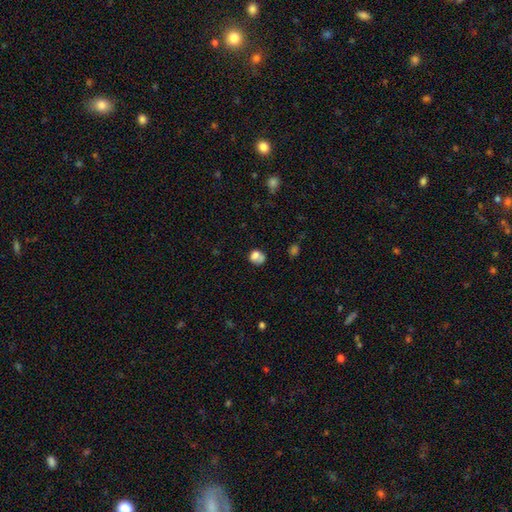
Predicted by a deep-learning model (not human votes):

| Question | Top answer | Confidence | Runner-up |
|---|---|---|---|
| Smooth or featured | smooth | 74% | featured or disk (15%) |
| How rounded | round | 59% | in between (40%) |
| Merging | none | 40% | minor disturbance (24%) |